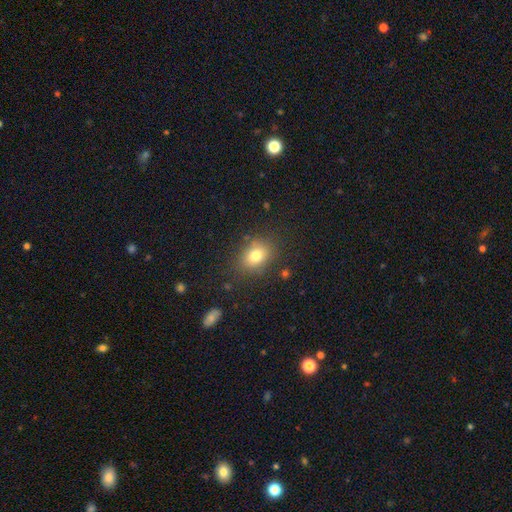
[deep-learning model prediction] Smooth or featured: smooth — 78% (star or artifact — 12%)
How rounded: in between — 60% (round — 39%)
Merging: none — 80% (minor disturbance — 13%)